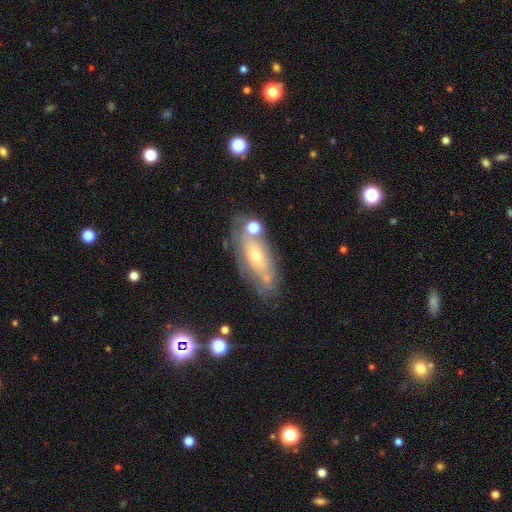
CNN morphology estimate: This appears to be a featured or disk galaxy (55%). Merging: none (58%).